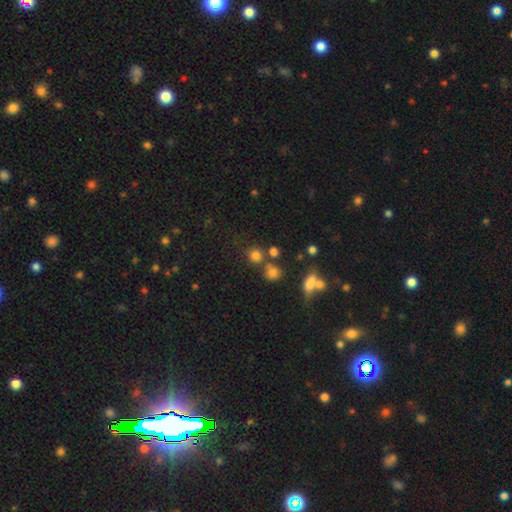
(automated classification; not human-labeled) smooth-or-featured: smooth: 75% | star or artifact: 17% | featured or disk: 7%
  how-rounded: round: 86% | in between: 13% | cigar-shaped: 1%
  merging: none: 66% | merger: 20% | minor disturbance: 10% | major disturbance: 4%